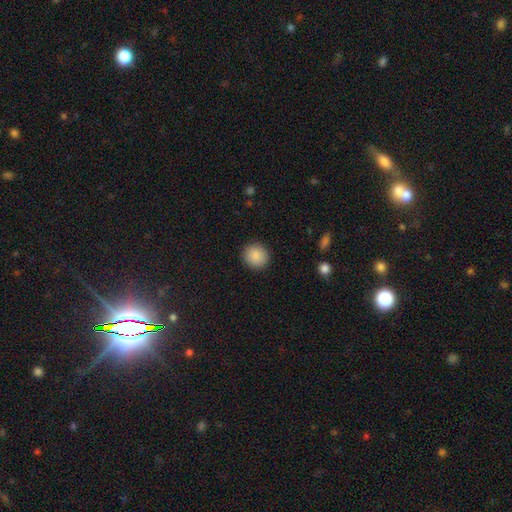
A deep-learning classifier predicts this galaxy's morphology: smooth-or-featured: smooth: 89% | star or artifact: 8% | featured or disk: 3%
  how-rounded: round: 88% | in between: 11% | cigar-shaped: 1%
  merging: none: 91% | minor disturbance: 6% | major disturbance: 2% | merger: 1%